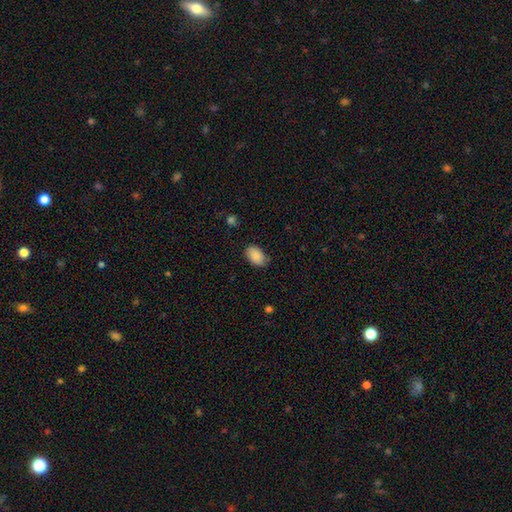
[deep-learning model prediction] The model was most divided on "merging": none: 79%, minor disturbance: 16%, major disturbance: 3%, merger: 1%. More confident: how rounded — in between (91%); smooth or featured — smooth (88%).